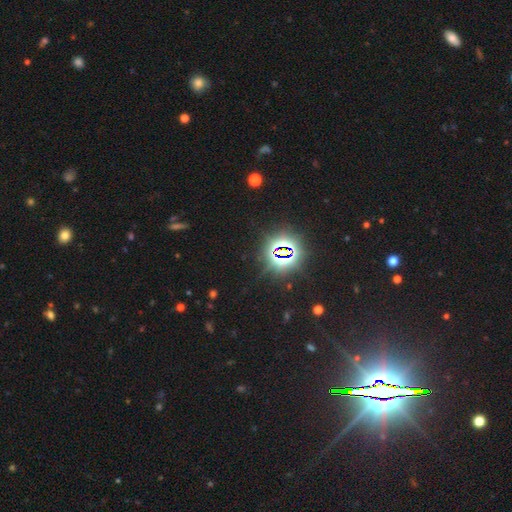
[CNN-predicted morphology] smooth_or_featured: star or artifact (p=0.83) [alt: smooth p=0.10]